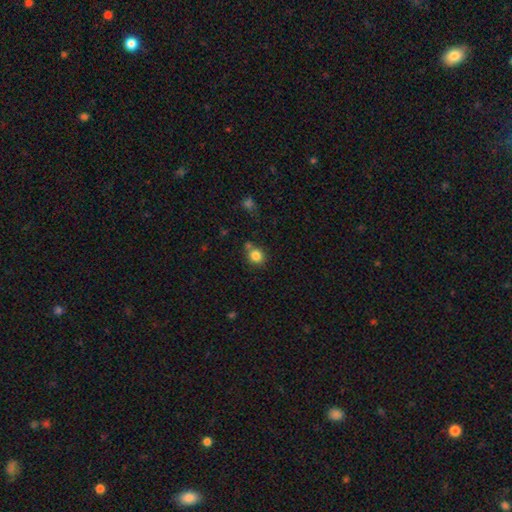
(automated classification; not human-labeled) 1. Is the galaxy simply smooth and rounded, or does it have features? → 83% smooth, 11% star or artifact, 6% featured or disk.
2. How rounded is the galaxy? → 81% round, 18% in between, 1% cigar-shaped.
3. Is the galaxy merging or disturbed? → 69% none, 14% merger, 13% minor disturbance, 4% major disturbance.